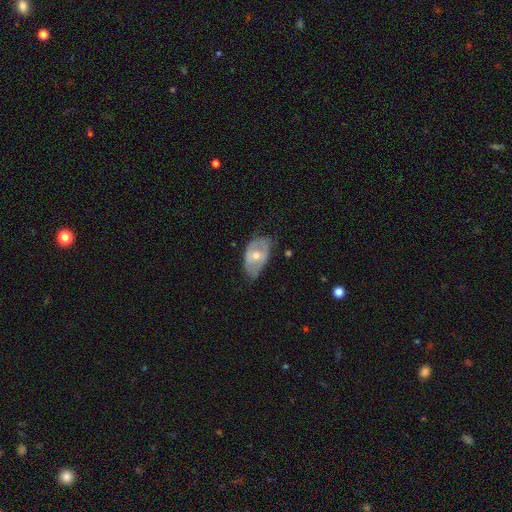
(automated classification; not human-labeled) A featured or disk galaxy (53%). Merging: none (54%).